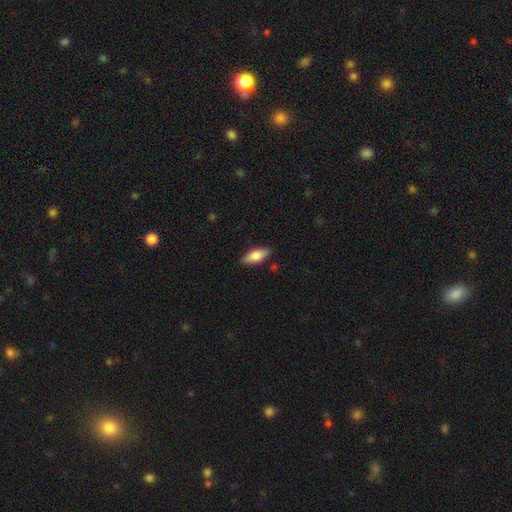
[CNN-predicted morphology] smooth 77%, featured or disk 17%, star or artifact 6%. Down the decision tree: how rounded — in between (75%); merging — none (86%).